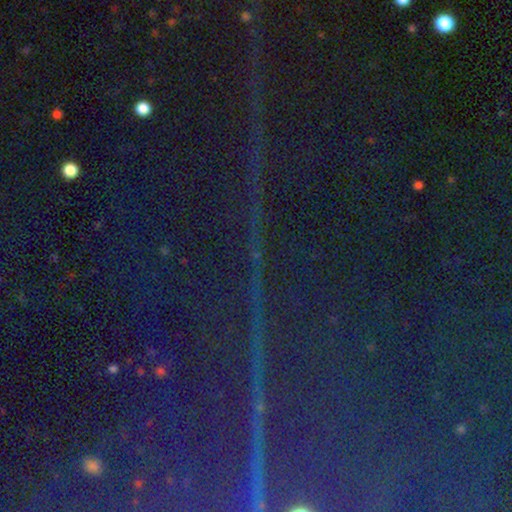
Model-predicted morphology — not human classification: This appears to be a star or artifact, not a galaxy (88%).